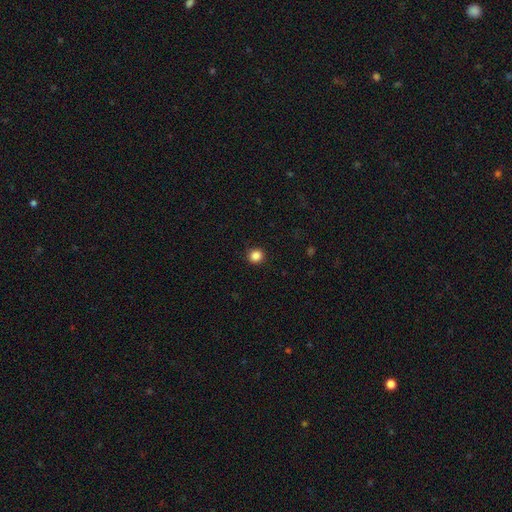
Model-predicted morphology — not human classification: type=smooth (87%); roundness=round (90%); merging=none (91%).